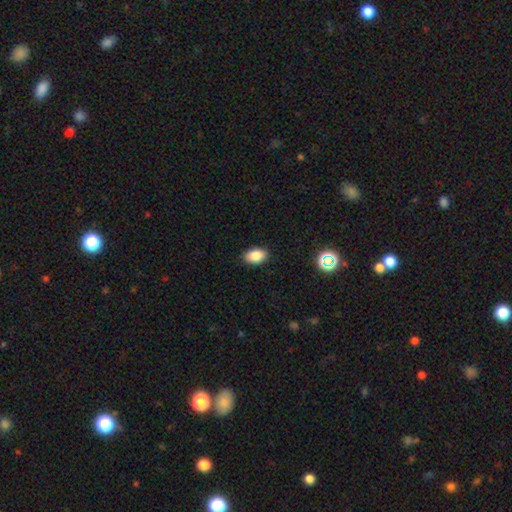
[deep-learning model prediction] A smooth galaxy with no disk features (85%) that is in between round and cigar-shaped (88%).

Vote fractions:
- Smooth or featured? smooth: 85% / star or artifact: 9% / featured or disk: 6%
- How rounded? in between: 88% / round: 11% / cigar-shaped: 1%
- Merging? none: 88% / minor disturbance: 9% / major disturbance: 2% / merger: 1%